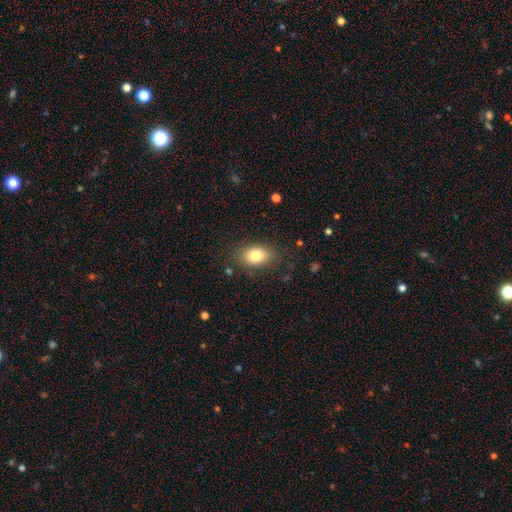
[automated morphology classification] type=smooth (81%); roundness=in between (82%); merging=none (81%).